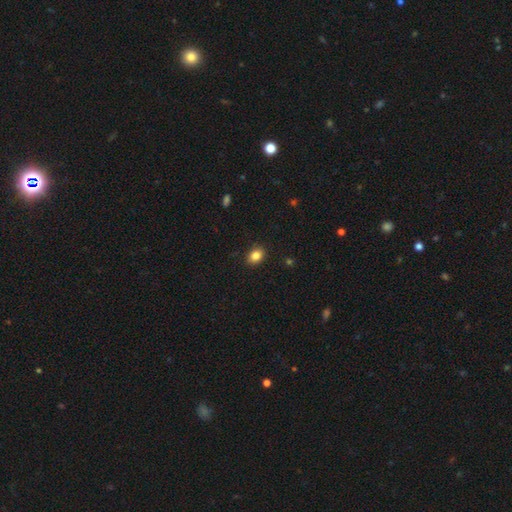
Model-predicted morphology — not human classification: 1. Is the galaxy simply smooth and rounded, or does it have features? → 85% smooth, 10% star or artifact, 5% featured or disk.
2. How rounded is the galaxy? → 62% in between, 37% round, 1% cigar-shaped.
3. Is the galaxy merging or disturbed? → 89% none, 8% minor disturbance, 2% major disturbance, 1% merger.